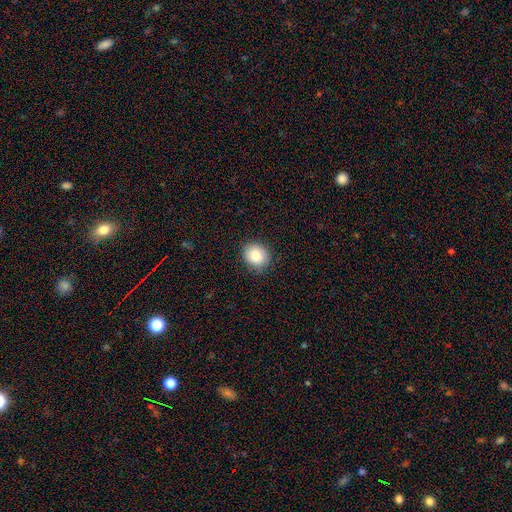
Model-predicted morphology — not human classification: The model was most divided on "how rounded": round: 68%, in between: 31%, cigar-shaped: 1%. More confident: merging — none (84%); smooth or featured — smooth (83%).